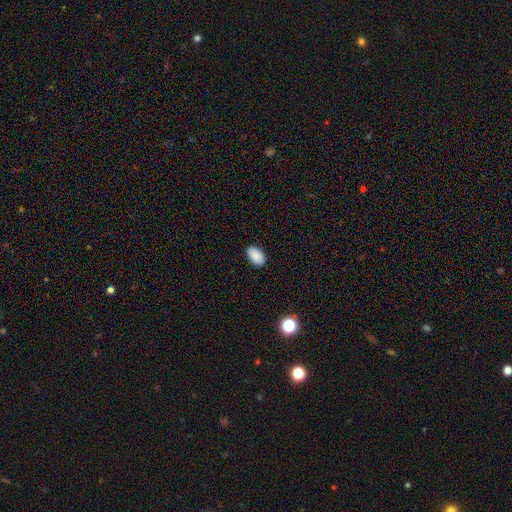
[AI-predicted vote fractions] Smooth or featured? Predicted: smooth (p=0.90). How rounded? Predicted: in between (p=0.94). Merging? Predicted: none (p=0.88).